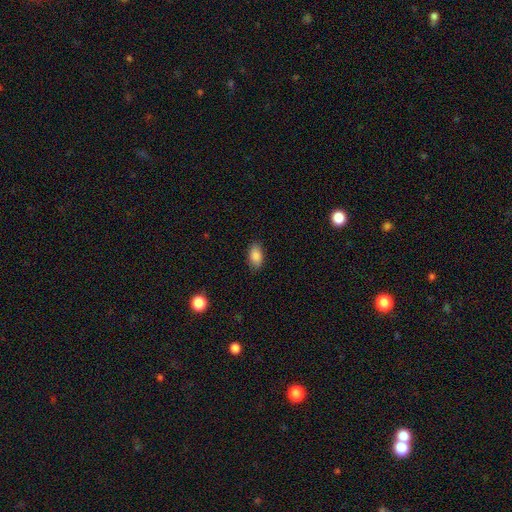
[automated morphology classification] A smooth galaxy with no disk features (87%) that is in between round and cigar-shaped (92%).

Vote fractions:
- Smooth or featured? smooth: 87% / star or artifact: 8% / featured or disk: 5%
- How rounded? in between: 92% / round: 5% / cigar-shaped: 3%
- Merging? none: 86% / minor disturbance: 11% / major disturbance: 3% / merger: 1%